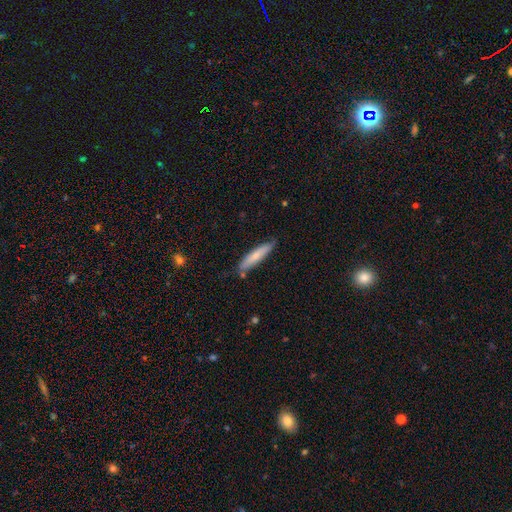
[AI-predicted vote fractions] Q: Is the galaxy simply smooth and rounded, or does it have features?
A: smooth — 71%.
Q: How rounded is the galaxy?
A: cigar-shaped — 87%.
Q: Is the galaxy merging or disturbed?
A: none — 77%.